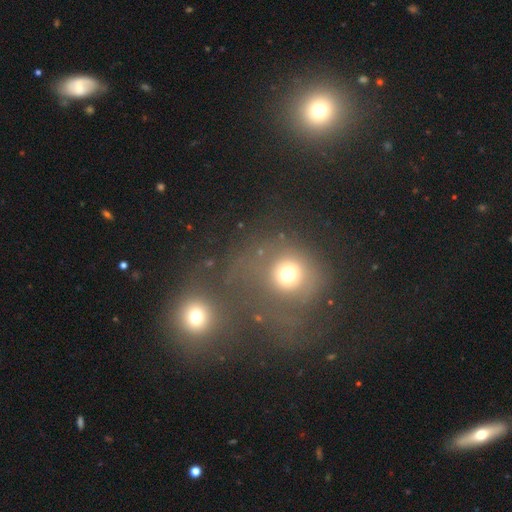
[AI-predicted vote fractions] Morphology: type=smooth (51%); roundness=round (82%); merging=merger (43%).